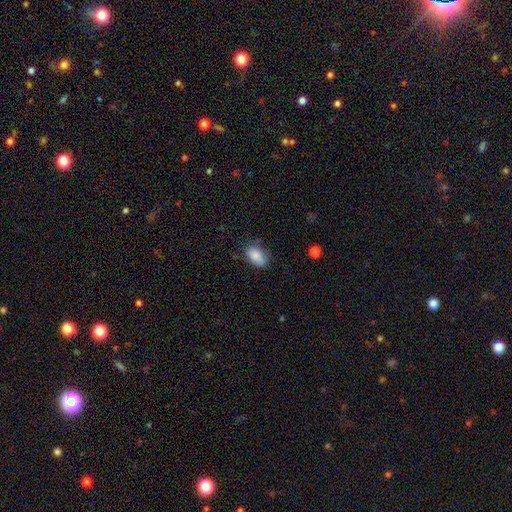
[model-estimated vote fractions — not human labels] Morphology: type=smooth (86%); roundness=in between (90%); merging=none (69%).